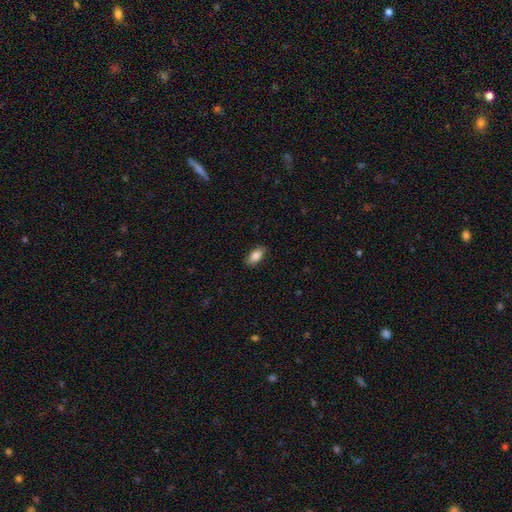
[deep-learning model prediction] Morphology: type=smooth (86%); roundness=in between (90%); merging=none (87%).